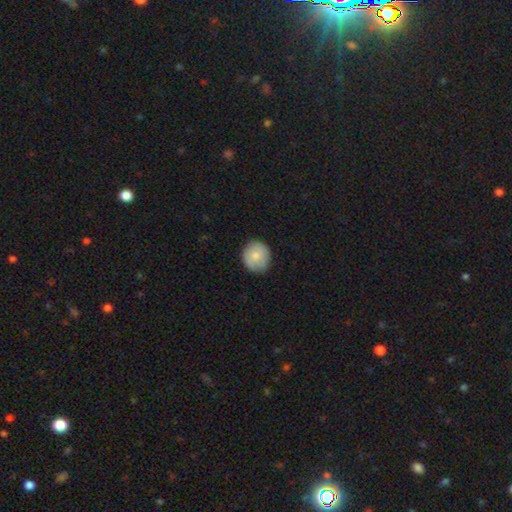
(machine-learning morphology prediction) The model was most divided on "smooth or featured": smooth: 81%, featured or disk: 12%, star or artifact: 6%. More confident: merging — none (85%); how rounded — round (85%).